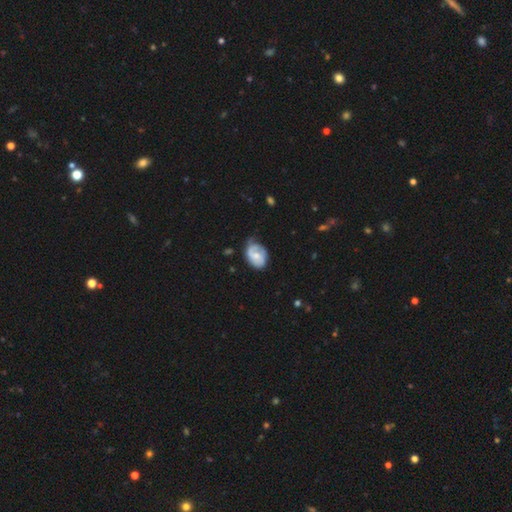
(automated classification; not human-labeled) featured or disk 52%, smooth 42%, star or artifact 6%. Down the decision tree: edge-on disk — no (97%); bar — no (59%); spiral arms — yes (74%); bulge size — moderate (46%); merging — none (48%).